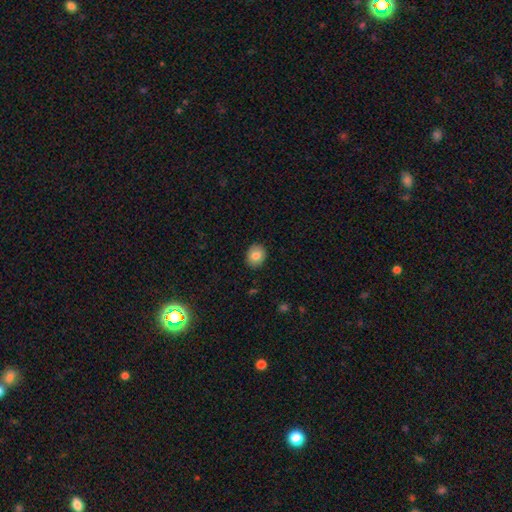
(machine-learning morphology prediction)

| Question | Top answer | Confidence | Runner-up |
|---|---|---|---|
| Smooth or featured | smooth | 81% | featured or disk (10%) |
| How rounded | round | 62% | in between (37%) |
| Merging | none | 90% | minor disturbance (7%) |